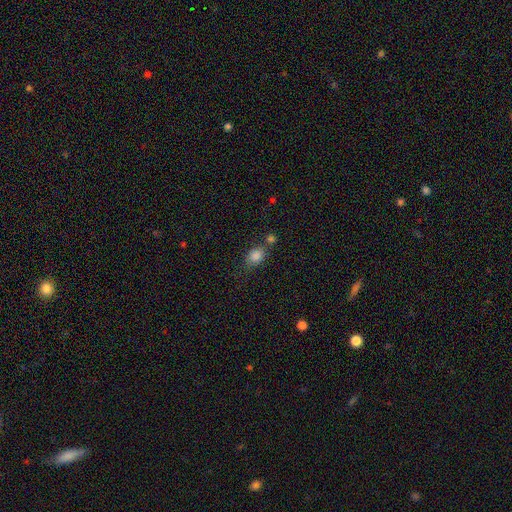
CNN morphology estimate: A smooth galaxy with no disk features (85%) that is in between round and cigar-shaped (64%).

Vote fractions:
- Smooth or featured? smooth: 85% / star or artifact: 10% / featured or disk: 5%
- How rounded? in between: 64% / round: 34% / cigar-shaped: 2%
- Merging? none: 57% / merger: 19% / minor disturbance: 18% / major disturbance: 6%